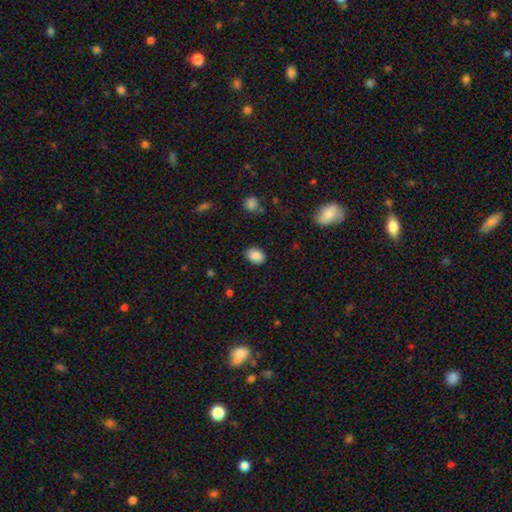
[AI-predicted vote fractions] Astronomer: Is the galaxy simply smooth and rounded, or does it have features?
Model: smooth — 87%.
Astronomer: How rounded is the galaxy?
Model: in between — 66%.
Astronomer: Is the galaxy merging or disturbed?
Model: none — 87%.